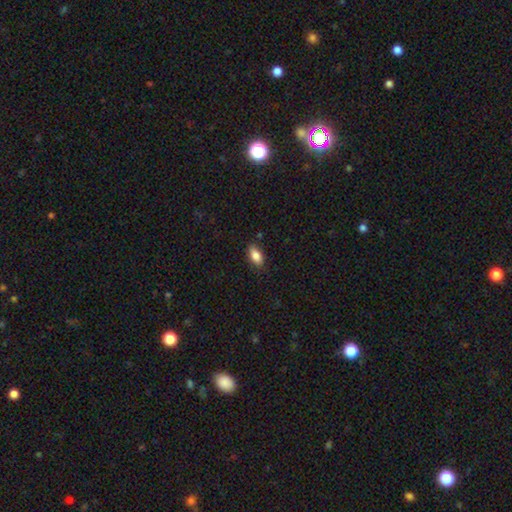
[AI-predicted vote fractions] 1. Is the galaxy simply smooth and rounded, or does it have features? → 85% smooth, 8% star or artifact, 7% featured or disk.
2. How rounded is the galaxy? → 89% in between, 6% cigar-shaped, 5% round.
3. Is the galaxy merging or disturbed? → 82% none, 14% minor disturbance, 3% major disturbance, 2% merger.